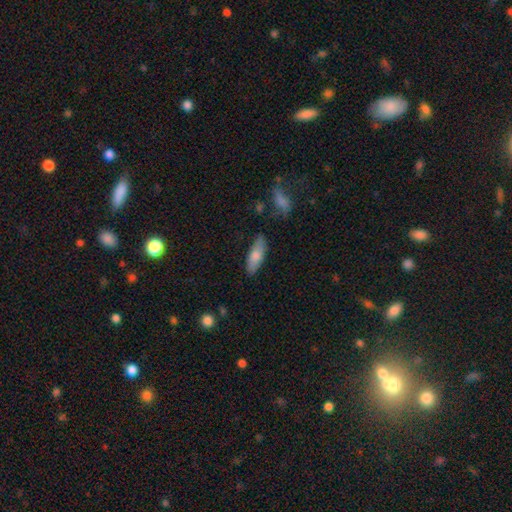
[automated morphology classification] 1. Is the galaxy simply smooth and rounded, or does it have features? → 75% smooth, 19% featured or disk, 6% star or artifact.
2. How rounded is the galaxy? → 60% in between, 37% cigar-shaped, 2% round.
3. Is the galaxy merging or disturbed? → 81% none, 14% minor disturbance, 3% major disturbance, 2% merger.